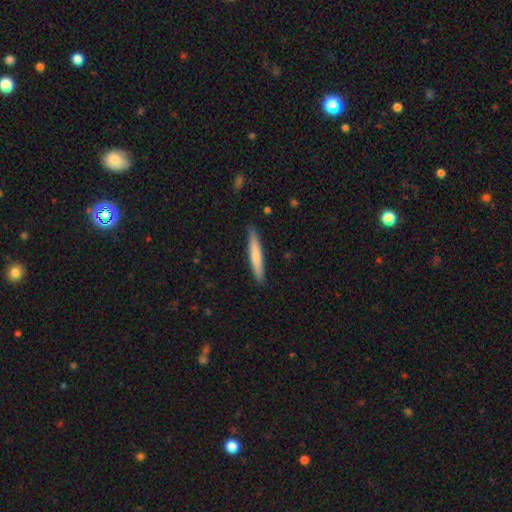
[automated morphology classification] A smooth galaxy with no disk features (69%) that is cigar-shaped (94%). Merging: none (88%).